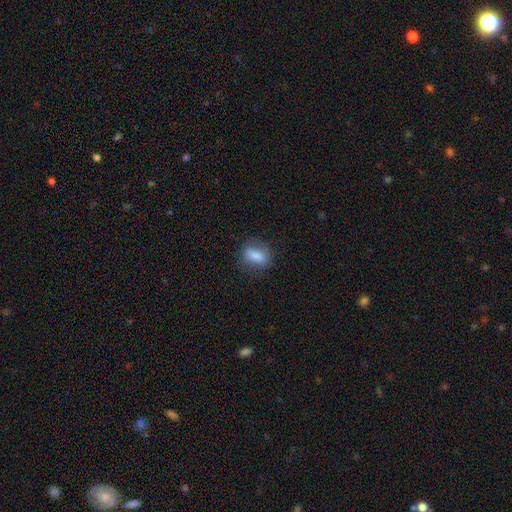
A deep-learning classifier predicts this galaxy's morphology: smooth_or_featured: smooth (p=0.81) [alt: featured or disk p=0.10]
how_rounded: in between (p=0.76) [alt: round p=0.17]
merging: none (p=0.74) [alt: minor disturbance p=0.18]